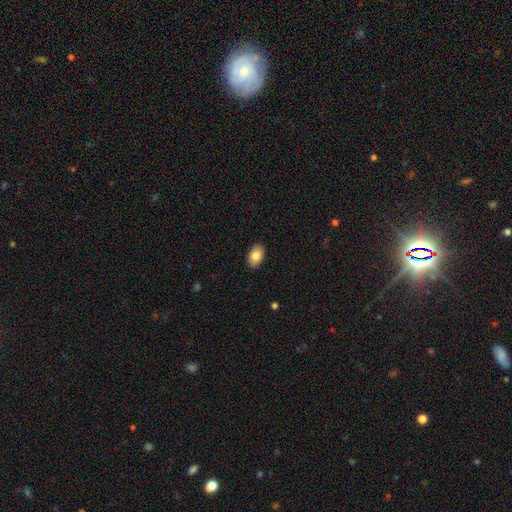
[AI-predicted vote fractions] smooth 82%, featured or disk 11%, star or artifact 7%. Down the decision tree: how rounded — in between (91%); merging — none (90%).